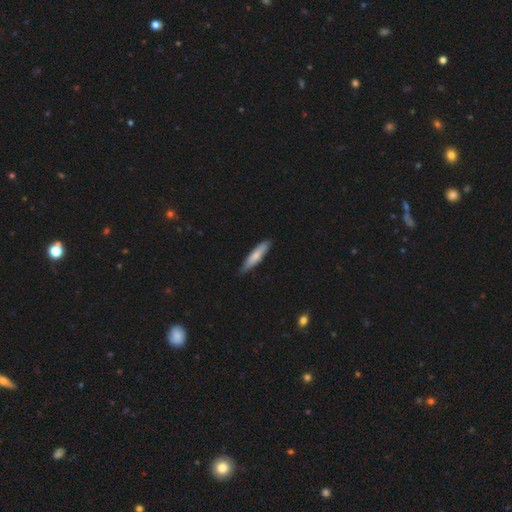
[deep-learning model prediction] This appears to be a smooth galaxy with no disk features (74%) that is cigar-shaped (81%). Merging: none (81%).